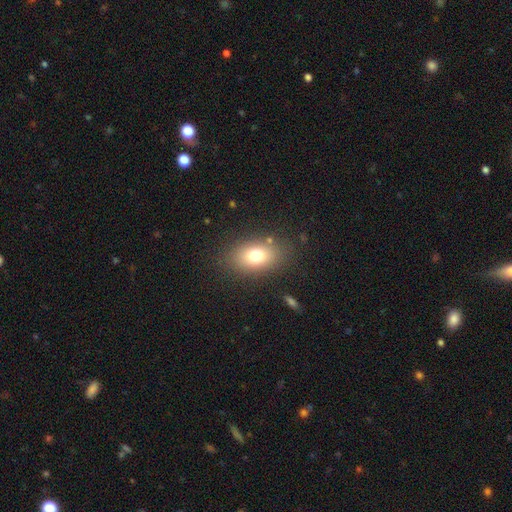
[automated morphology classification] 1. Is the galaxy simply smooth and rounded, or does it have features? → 76% smooth, 14% featured or disk, 11% star or artifact.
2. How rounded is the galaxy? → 83% in between, 15% round, 2% cigar-shaped.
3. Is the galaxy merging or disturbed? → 82% none, 11% minor disturbance, 5% major disturbance, 2% merger.